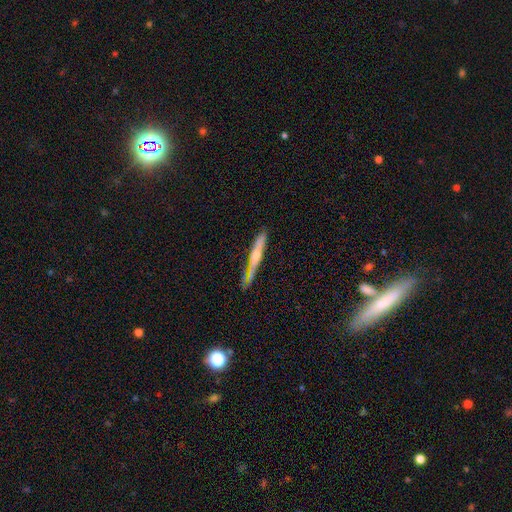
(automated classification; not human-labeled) The model was most divided on "smooth or featured": featured or disk: 60%, smooth: 32%, star or artifact: 7%. More confident: edge-on disk — yes (92%); merging — none (72%); edge-on bulge — rounded (64%).